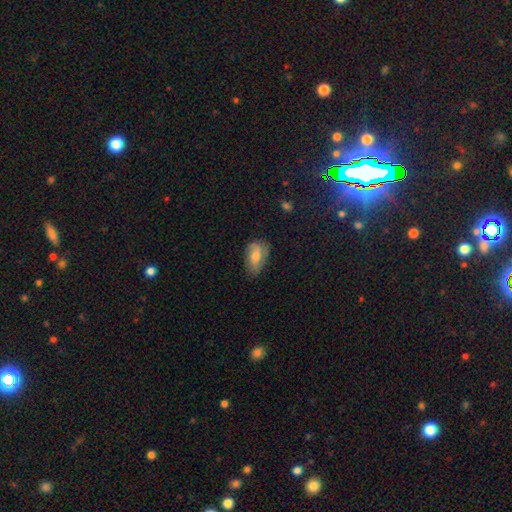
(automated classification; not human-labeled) smooth 66%, featured or disk 26%, star or artifact 8%. Down the decision tree: how rounded — in between (89%); merging — none (63%).